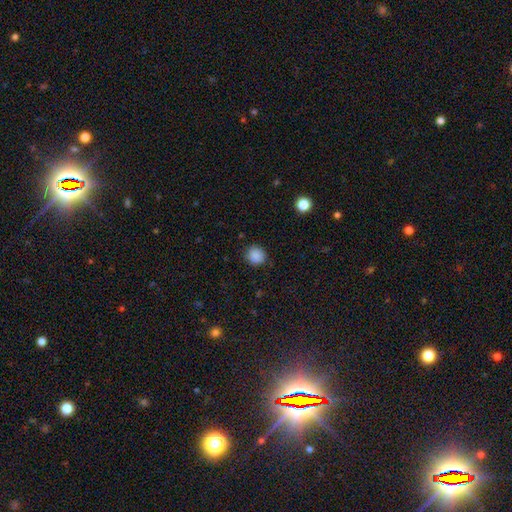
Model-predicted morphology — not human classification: A smooth galaxy with no disk features (87%) that is round (86%).

Vote fractions:
- Smooth or featured? smooth: 87% / star or artifact: 9% / featured or disk: 3%
- How rounded? round: 86% / in between: 13% / cigar-shaped: 1%
- Merging? none: 84% / minor disturbance: 12% / major disturbance: 3% / merger: 1%